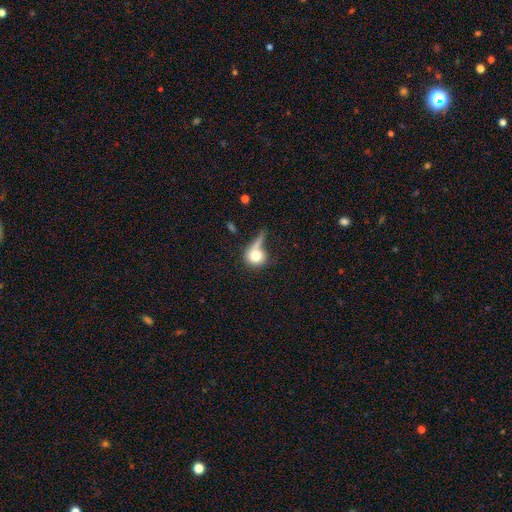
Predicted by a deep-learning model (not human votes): Morphology: type=smooth (72%); roundness=round (80%); merging=major disturbance (34%).